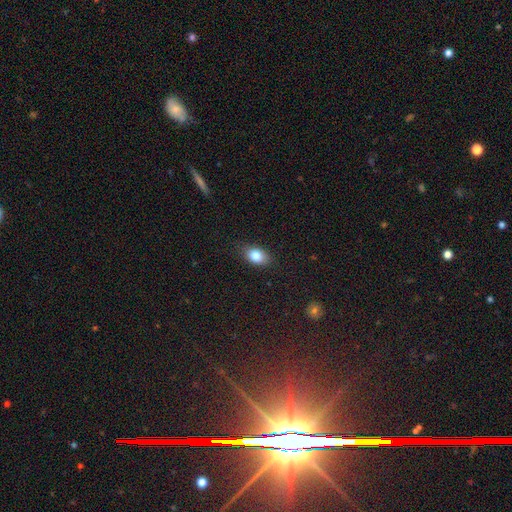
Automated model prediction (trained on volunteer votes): smooth-or-featured: smooth: 84% | star or artifact: 9% | featured or disk: 8%
  how-rounded: in between: 84% | round: 14% | cigar-shaped: 2%
  merging: none: 83% | minor disturbance: 14% | major disturbance: 3% | merger: 1%